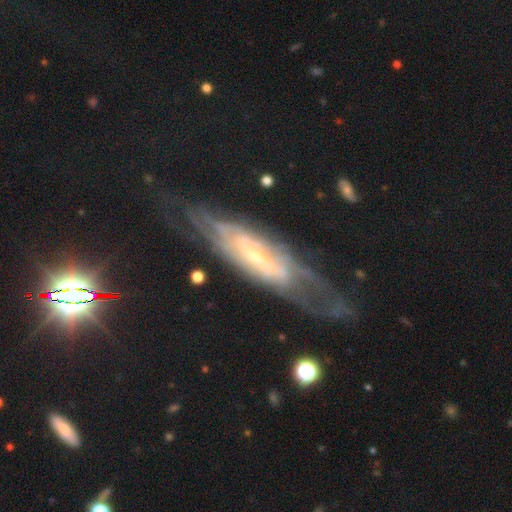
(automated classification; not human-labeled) Morphology: type=featured or disk (82%); edge-on=no (75%); bar=weak (38%); spiral arms=yes (88%); winding=tight (59%); arm count=can't tell (55%); bulge=small (63%); merging=none (66%).